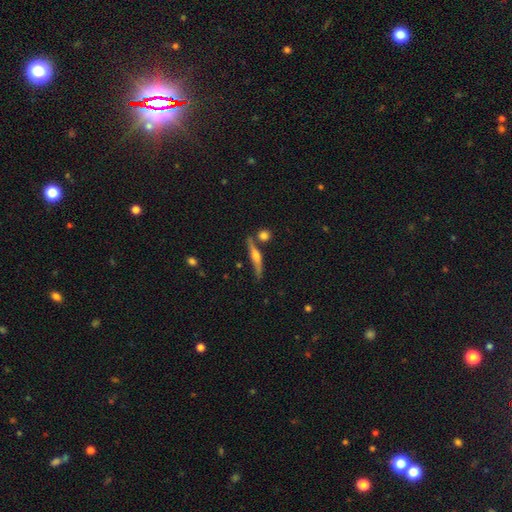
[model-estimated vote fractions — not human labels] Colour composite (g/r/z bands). It shows a featured or disk galaxy (65%) viewed edge-on (94%) with a rounded central bulge (82%). Merging: none (71%).